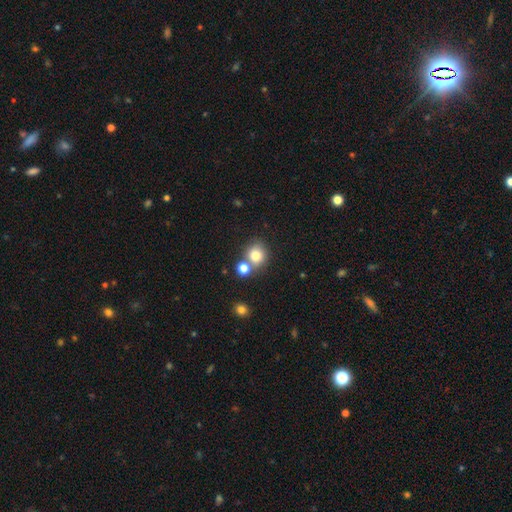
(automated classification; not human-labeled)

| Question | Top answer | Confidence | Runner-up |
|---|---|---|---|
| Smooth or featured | smooth | 79% | star or artifact (12%) |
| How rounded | round | 84% | in between (15%) |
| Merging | none | 60% | merger (28%) |